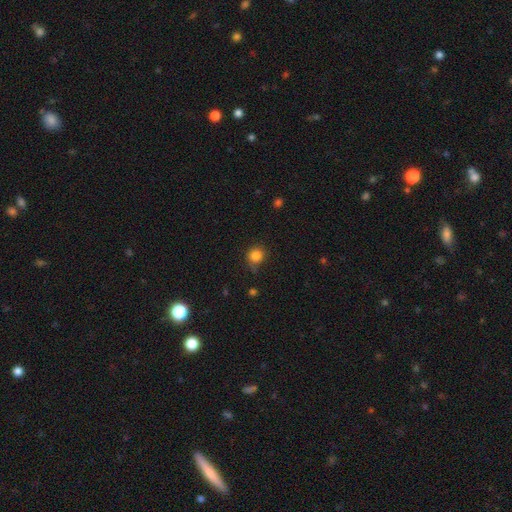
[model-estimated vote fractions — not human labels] Q: Smooth or featured?
A: smooth (84%); runner-up: star or artifact (11%)
Q: How rounded?
A: round (88%); runner-up: in between (11%)
Q: Merging?
A: none (72%); runner-up: minor disturbance (21%)